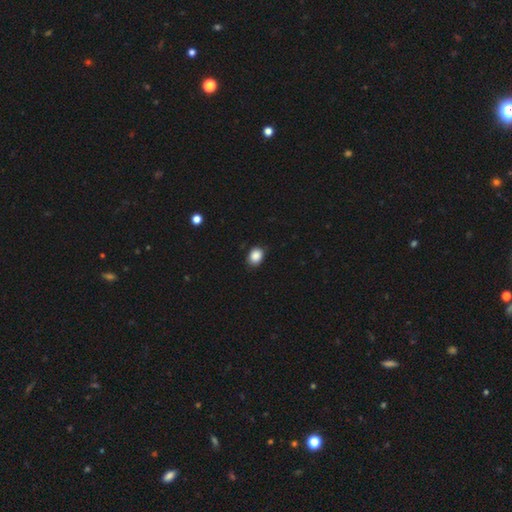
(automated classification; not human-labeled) Smooth or featured? smooth (87%)
How rounded? in between (54%)
Merging? none (82%)